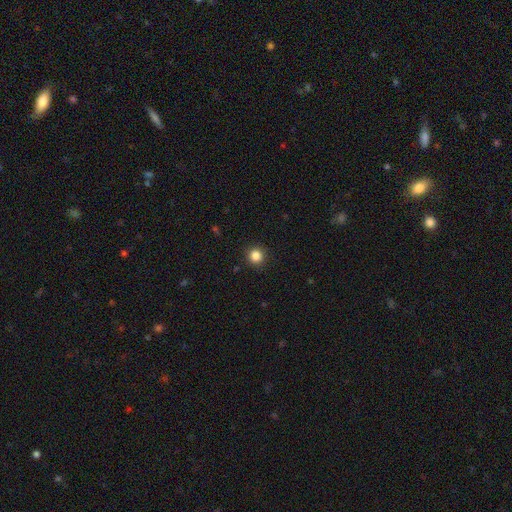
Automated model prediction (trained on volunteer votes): smooth 85%, star or artifact 11%, featured or disk 4%. Down the decision tree: how rounded — round (95%); merging — none (92%).